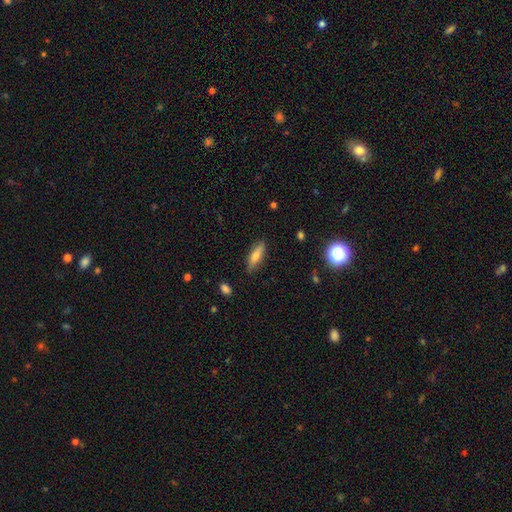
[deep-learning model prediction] smooth-or-featured: smooth: 64% | featured or disk: 29% | star or artifact: 7%
  how-rounded: cigar-shaped: 55% | in between: 42% | round: 2%
  merging: none: 85% | minor disturbance: 11% | major disturbance: 2% | merger: 1%